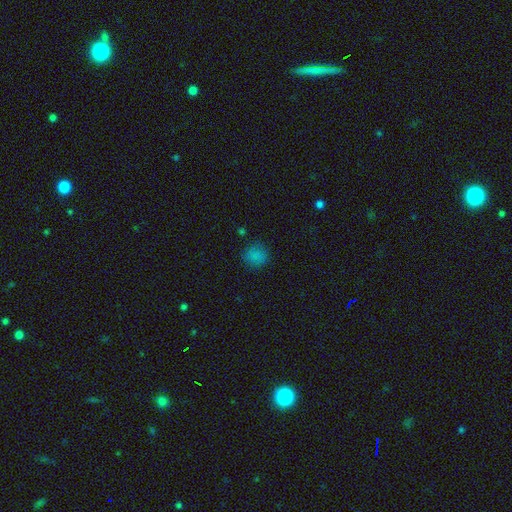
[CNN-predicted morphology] This appears to be a smooth galaxy with no disk features (79%) that is round (87%). Merging: none (83%).